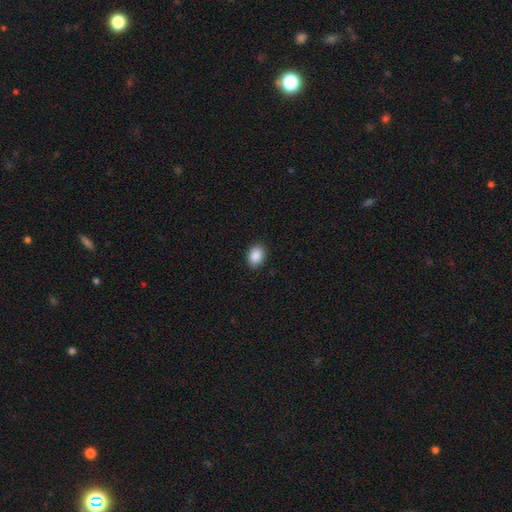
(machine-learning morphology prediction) Smooth or featured?
  - smooth: 89% *
  - star or artifact: 8%
  - featured or disk: 3%
How rounded?
  - in between: 75% *
  - round: 24%
  - cigar-shaped: 1%
Merging?
  - none: 89% *
  - minor disturbance: 8%
  - major disturbance: 2%
  - merger: 1%